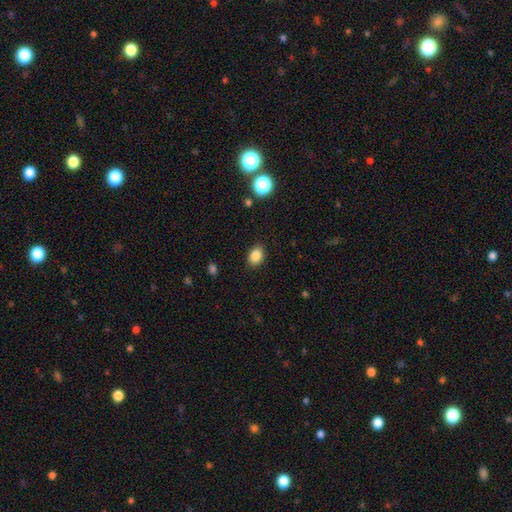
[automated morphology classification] Smooth or featured? Predicted: smooth (p=0.86). How rounded? Predicted: in between (p=0.65). Merging? Predicted: none (p=0.88).